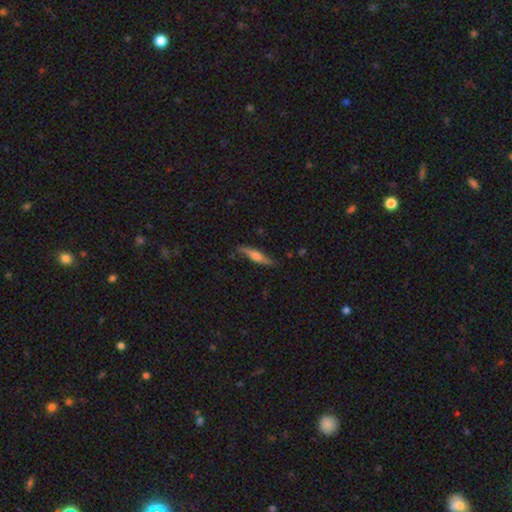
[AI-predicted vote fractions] Overall: featured or disk (50%; smooth 44%). Edge-on disk: yes (85%). Merging: none (77%).